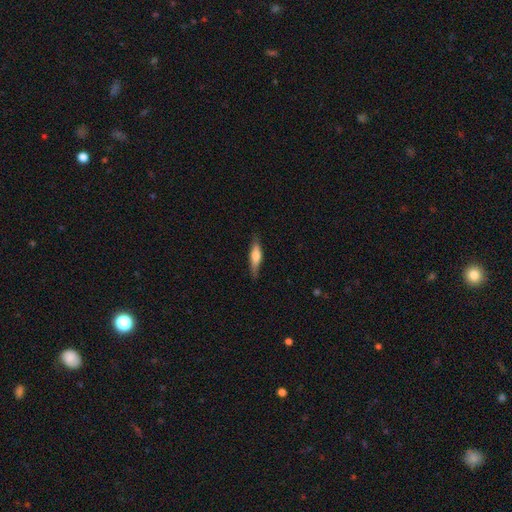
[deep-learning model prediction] This appears to be a smooth galaxy with no disk features (60%) that is cigar-shaped (67%). Merging: none (80%).